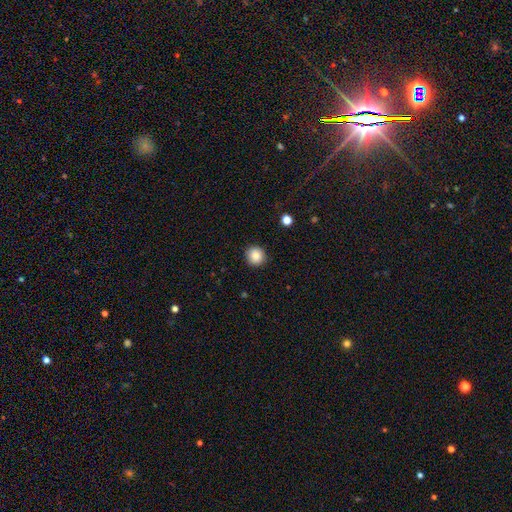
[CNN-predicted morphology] Q: Smooth or featured?
A: smooth (85%); runner-up: star or artifact (9%)
Q: How rounded?
A: round (94%); runner-up: in between (5%)
Q: Merging?
A: none (91%); runner-up: minor disturbance (6%)